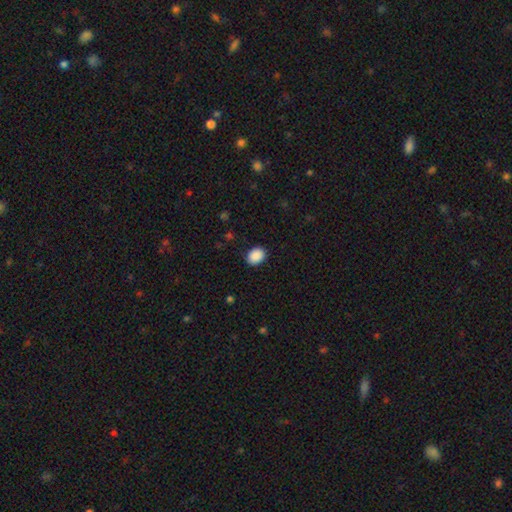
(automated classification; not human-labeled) smooth_or_featured: smooth (p=0.90) [alt: star or artifact p=0.08]
how_rounded: in between (p=0.60) [alt: round p=0.39]
merging: none (p=0.88) [alt: minor disturbance p=0.08]